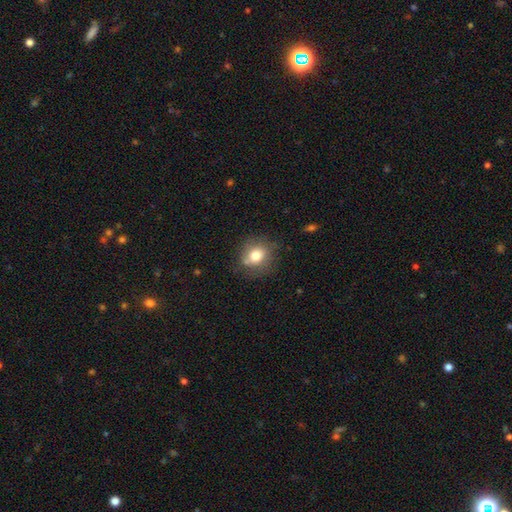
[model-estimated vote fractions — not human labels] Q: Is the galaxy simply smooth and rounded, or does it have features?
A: smooth — 76%.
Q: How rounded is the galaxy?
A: round — 73%.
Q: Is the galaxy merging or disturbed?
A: none — 71%.